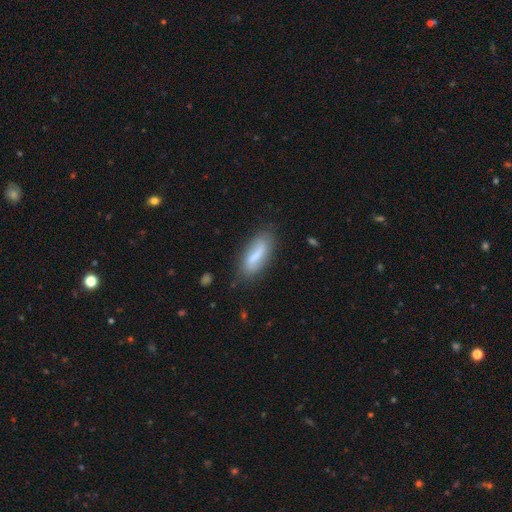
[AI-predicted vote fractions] A smooth galaxy with no disk features (66%) that is in between round and cigar-shaped (61%).

Vote fractions:
- Smooth or featured? smooth: 66% / featured or disk: 27% / star or artifact: 7%
- How rounded? in between: 61% / cigar-shaped: 37% / round: 2%
- Merging? none: 74% / minor disturbance: 18% / major disturbance: 5% / merger: 3%